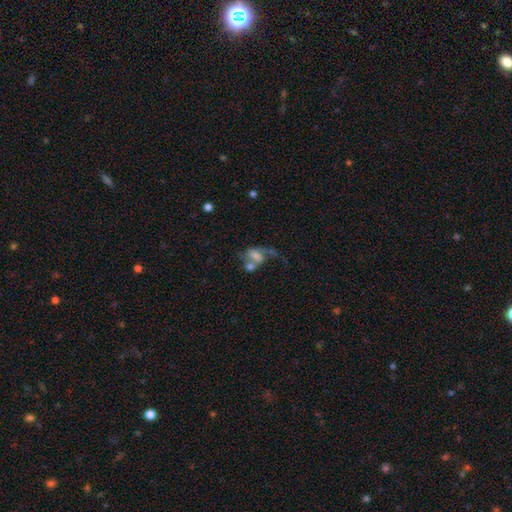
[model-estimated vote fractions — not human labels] Q: Smooth or featured?
A: featured or disk (46%); runner-up: smooth (42%)
Q: Merging?
A: merger (42%); runner-up: major disturbance (25%)